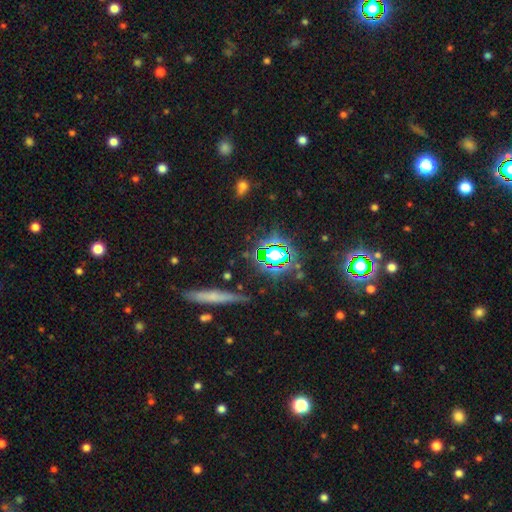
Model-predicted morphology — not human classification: star or artifact 58%, smooth 23%, featured or disk 20%.